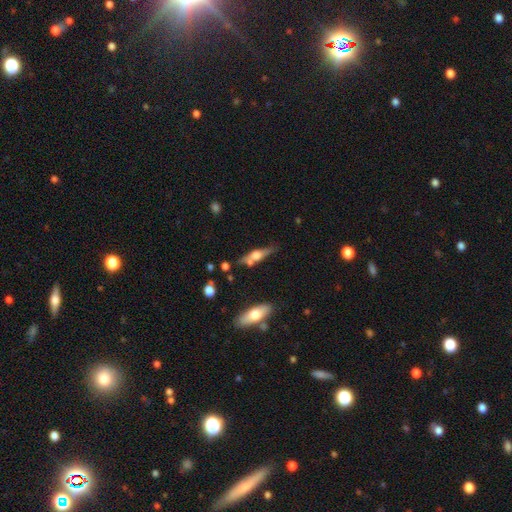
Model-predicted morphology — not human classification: Smooth or featured?
  - featured or disk: 60% *
  - smooth: 32%
  - star or artifact: 8%
Edge-on disk?
  - yes: 90% *
  - no: 10%
Edge-on bulge?
  - rounded: 89% *
  - boxy: 8%
  - none: 3%
Merging?
  - none: 62% *
  - minor disturbance: 17%
  - merger: 15%
  - major disturbance: 6%